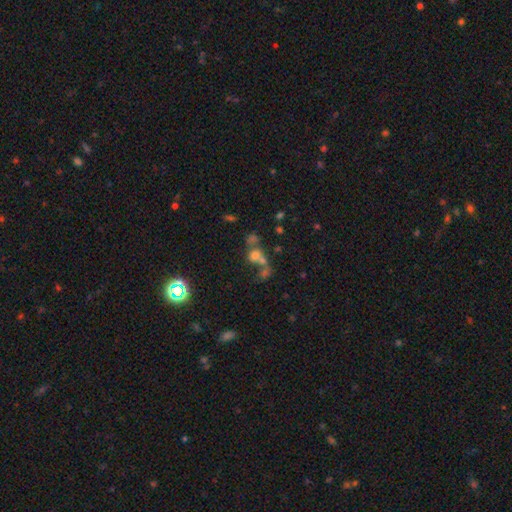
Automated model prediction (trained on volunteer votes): smooth-or-featured: smooth: 52% | star or artifact: 26% | featured or disk: 22%
  how-rounded: round: 65% | in between: 32% | cigar-shaped: 2%
  merging: merger: 56% | none: 26% | major disturbance: 10% | minor disturbance: 7%